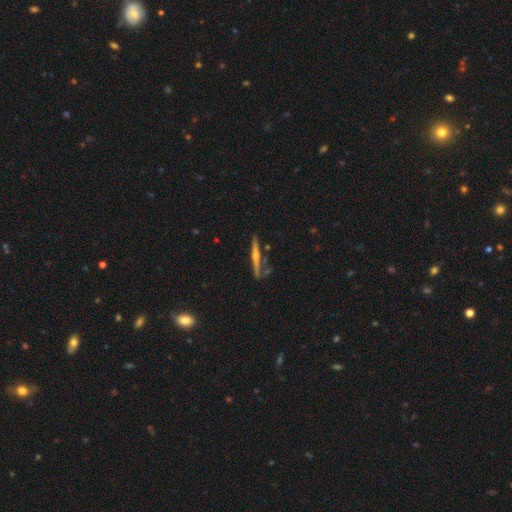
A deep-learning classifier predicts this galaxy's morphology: A featured or disk galaxy (74%) viewed edge-on (97%) with a rounded central bulge (83%).

Vote fractions:
- Smooth or featured? featured or disk: 74% / smooth: 19% / star or artifact: 7%
- Edge-on disk? yes: 97% / no: 3%
- Edge-on bulge? rounded: 83% / none: 12% / boxy: 5%
- Merging? none: 79% / minor disturbance: 12% / merger: 6% / major disturbance: 3%